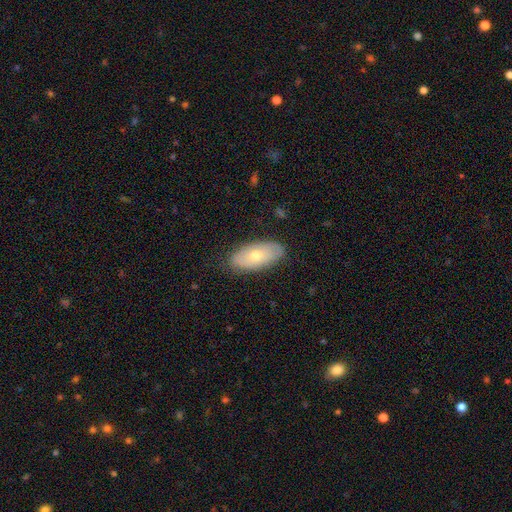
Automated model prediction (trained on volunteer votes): smooth_or_featured: smooth (p=0.60) [alt: featured or disk p=0.34]
how_rounded: in between (p=0.90) [alt: cigar-shaped p=0.06]
merging: none (p=0.83) [alt: minor disturbance p=0.13]